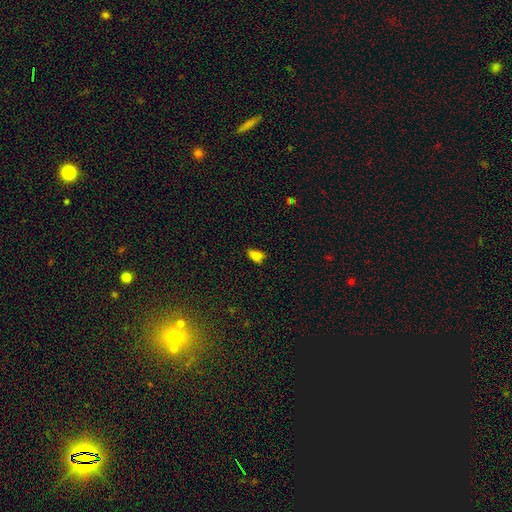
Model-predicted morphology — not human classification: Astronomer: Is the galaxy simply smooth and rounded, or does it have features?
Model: smooth — 78%.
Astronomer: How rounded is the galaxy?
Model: in between — 87%.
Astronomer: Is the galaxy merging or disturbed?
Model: none — 54% (runner-up: minor disturbance, 32%).